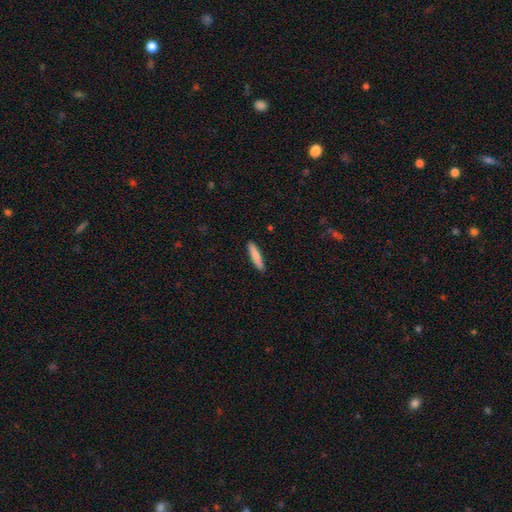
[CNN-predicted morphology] Smooth or featured: smooth — 82% (featured or disk — 12%)
How rounded: cigar-shaped — 90% (in between — 9%)
Merging: none — 91% (minor disturbance — 6%)